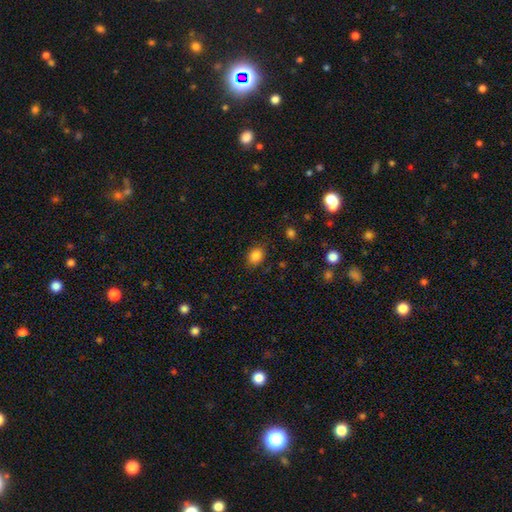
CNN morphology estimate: The model was most divided on "how rounded": in between: 57%, round: 42%, cigar-shaped: 1%. More confident: smooth or featured — smooth (85%); merging — none (83%).